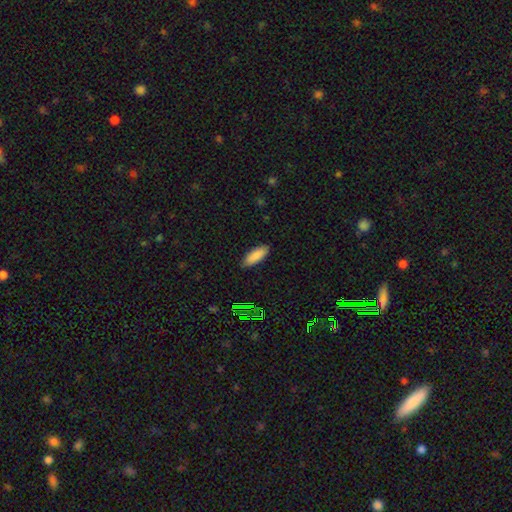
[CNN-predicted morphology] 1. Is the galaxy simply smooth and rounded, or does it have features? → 87% smooth, 8% star or artifact, 5% featured or disk.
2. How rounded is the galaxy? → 72% in between, 26% cigar-shaped, 2% round.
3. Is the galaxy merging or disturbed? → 88% none, 10% minor disturbance, 2% major disturbance, 1% merger.